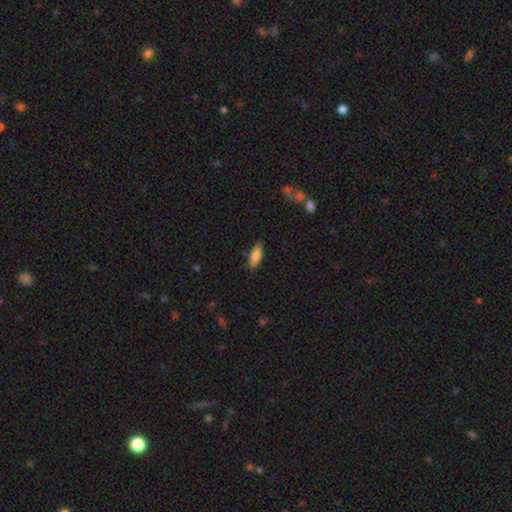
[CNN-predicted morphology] smooth_or_featured: smooth (p=0.79) [alt: featured or disk p=0.14]
how_rounded: in between (p=0.72) [alt: cigar-shaped p=0.25]
merging: none (p=0.80) [alt: minor disturbance p=0.15]